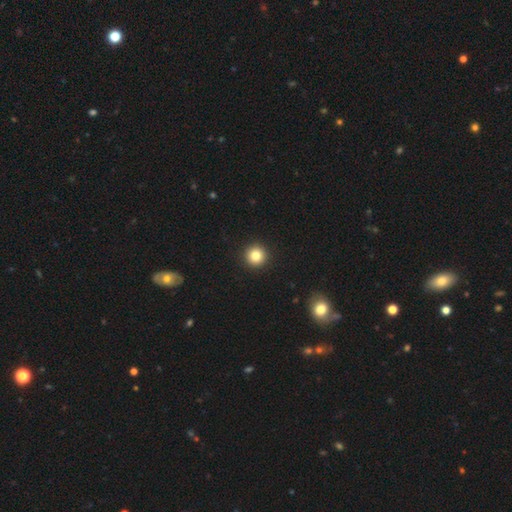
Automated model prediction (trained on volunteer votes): Morphology: type=smooth (83%); roundness=round (96%); merging=none (93%).